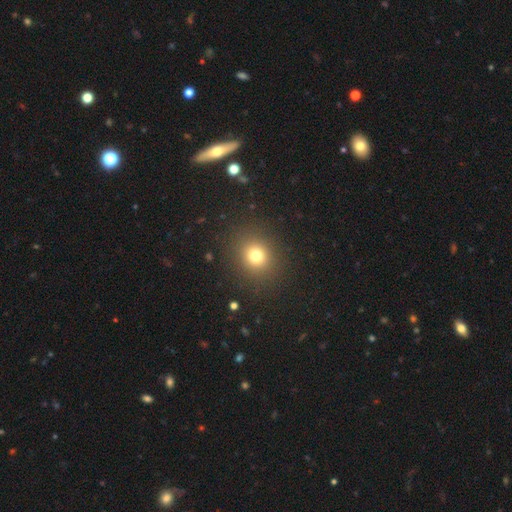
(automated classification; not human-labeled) The model was most divided on "smooth or featured": smooth: 74%, star or artifact: 17%, featured or disk: 9%. More confident: merging — none (89%); how rounded — round (83%).